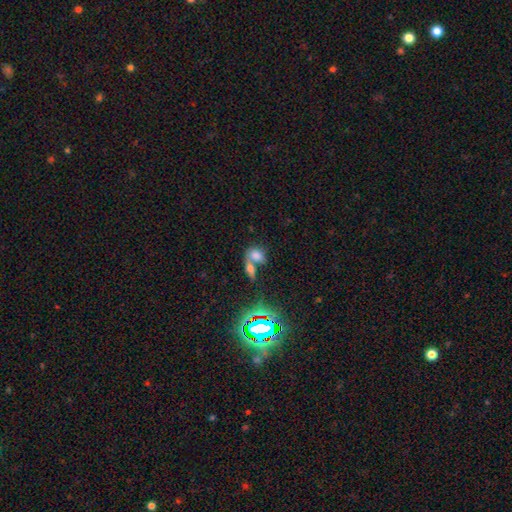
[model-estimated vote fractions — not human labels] Smooth or featured? Predicted: smooth (p=0.66). How rounded? Predicted: in between (p=0.73). Merging? Predicted: merger (p=0.63).